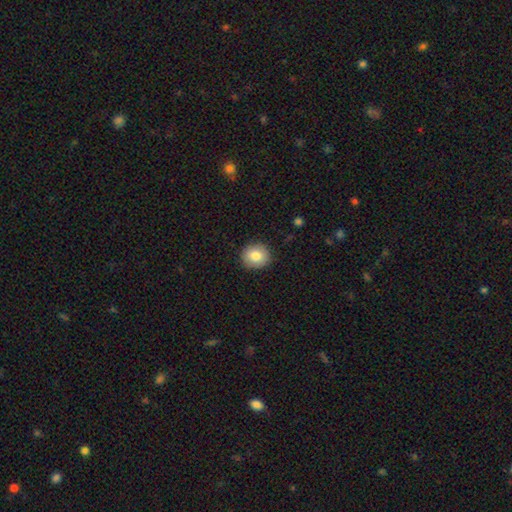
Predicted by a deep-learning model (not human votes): smooth-or-featured: smooth: 84% | star or artifact: 8% | featured or disk: 8%
  how-rounded: round: 82% | in between: 17% | cigar-shaped: 1%
  merging: none: 90% | minor disturbance: 7% | major disturbance: 2% | merger: 1%